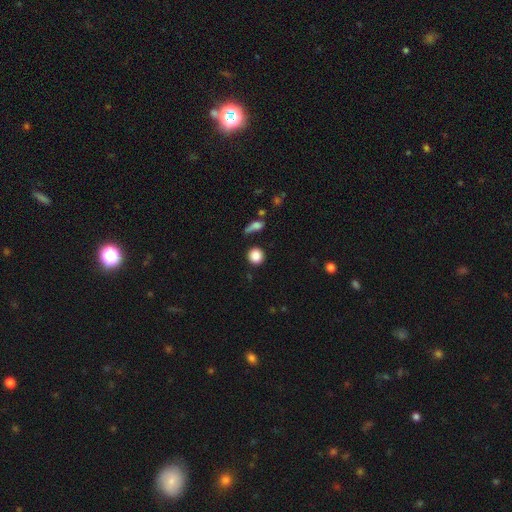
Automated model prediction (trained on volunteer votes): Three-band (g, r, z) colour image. It shows a smooth galaxy with no disk features (86%) that is round (90%). Merging: none (81%).